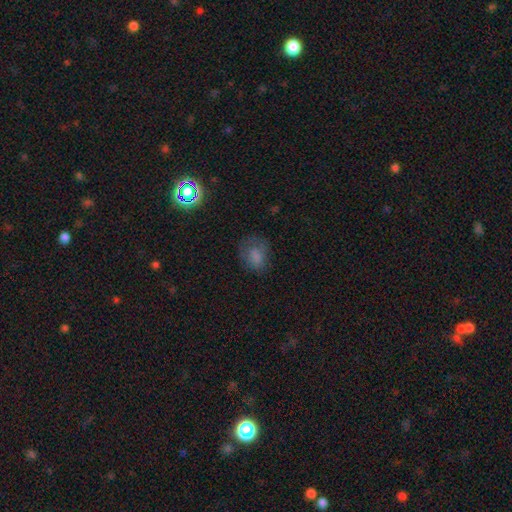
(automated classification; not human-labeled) Q: Smooth or featured?
A: smooth (72%); runner-up: star or artifact (14%)
Q: How rounded?
A: in between (54%); runner-up: round (44%)
Q: Merging?
A: none (58%); runner-up: minor disturbance (24%)